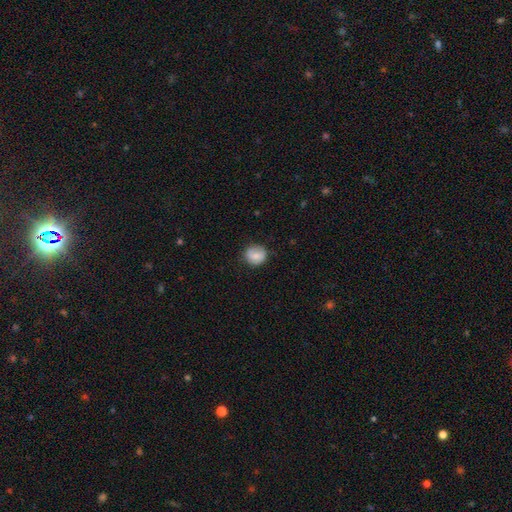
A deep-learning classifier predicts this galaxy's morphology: Smooth or featured? smooth (79%)
How rounded? round (84%)
Merging? none (80%)